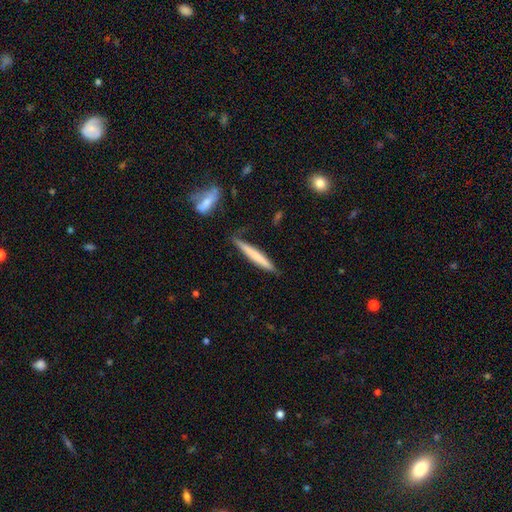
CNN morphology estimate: This appears to be a smooth galaxy with no disk features (65%) that is cigar-shaped (95%). Merging: none (80%).